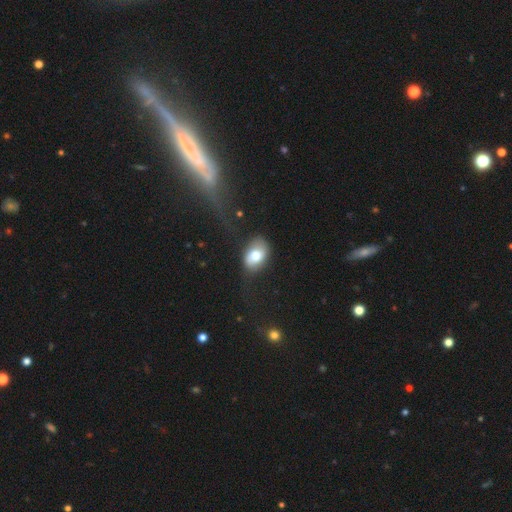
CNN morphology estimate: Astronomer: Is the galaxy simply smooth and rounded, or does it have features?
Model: smooth — 70%.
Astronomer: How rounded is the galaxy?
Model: in between — 81%.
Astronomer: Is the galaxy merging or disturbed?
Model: none — 67%.